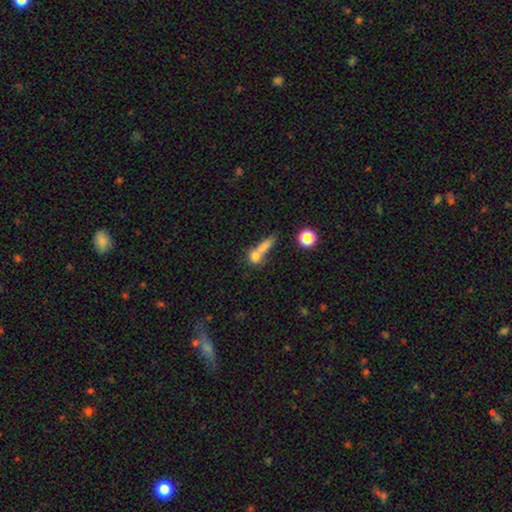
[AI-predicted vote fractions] A smooth galaxy with no disk features (69%) that is round (50%).

Vote fractions:
- Smooth or featured? smooth: 69% / featured or disk: 18% / star or artifact: 13%
- How rounded? round: 50% / in between: 30% / cigar-shaped: 20%
- Merging? merger: 49% / none: 33% / minor disturbance: 10% / major disturbance: 8%